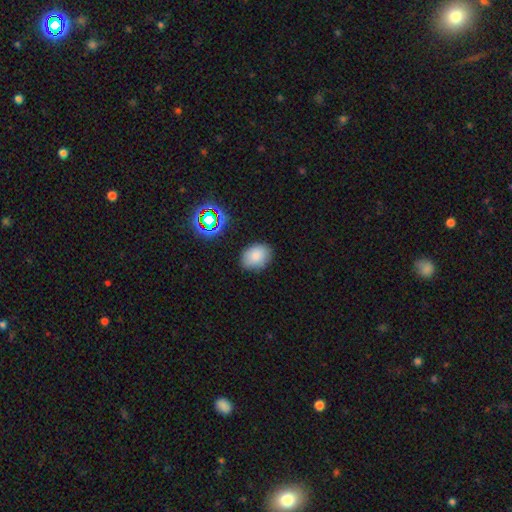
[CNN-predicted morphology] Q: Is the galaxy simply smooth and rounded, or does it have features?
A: smooth — 81%.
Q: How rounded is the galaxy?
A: in between — 68%.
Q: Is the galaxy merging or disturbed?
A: none — 83%.